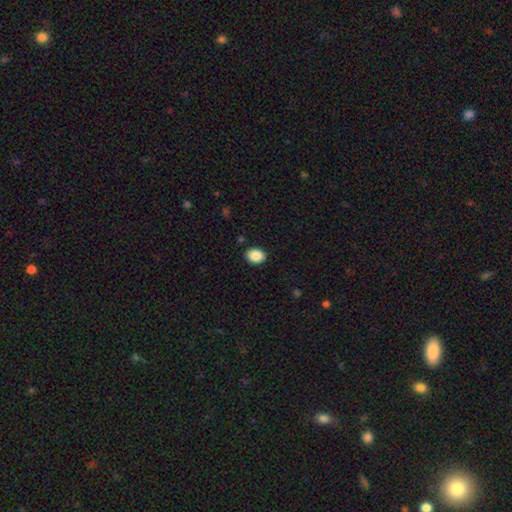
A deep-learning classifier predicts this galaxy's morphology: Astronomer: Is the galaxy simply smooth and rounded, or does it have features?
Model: smooth — 89%.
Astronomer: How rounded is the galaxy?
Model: in between — 62% (runner-up: round, 37%).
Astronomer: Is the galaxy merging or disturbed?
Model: none — 89%.